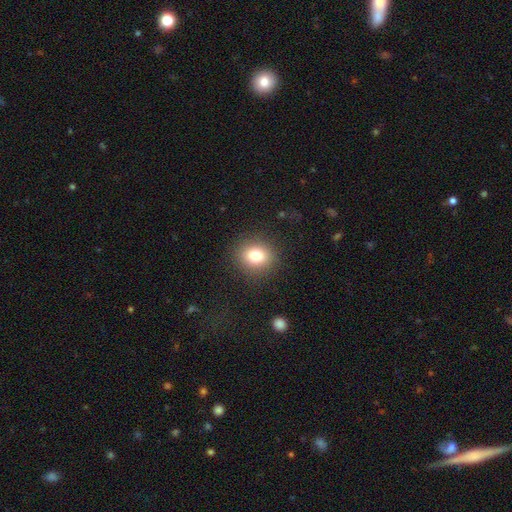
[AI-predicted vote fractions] This appears to be a smooth galaxy with no disk features (80%) that is round (75%). Merging: none (87%).